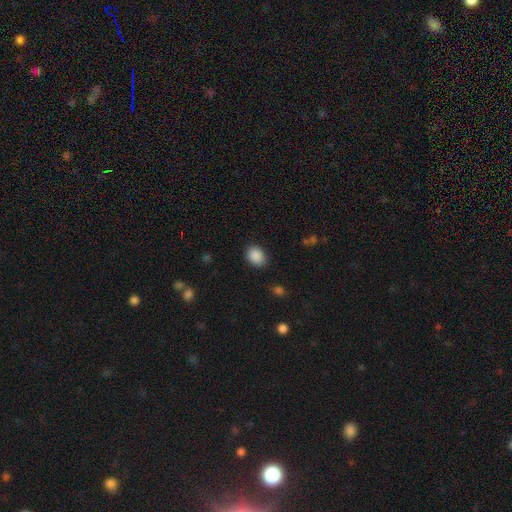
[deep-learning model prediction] Smooth or featured?
  - smooth: 89% *
  - star or artifact: 8%
  - featured or disk: 3%
How rounded?
  - in between: 60% *
  - round: 40%
  - cigar-shaped: 1%
Merging?
  - none: 85% *
  - minor disturbance: 11%
  - major disturbance: 3%
  - merger: 1%